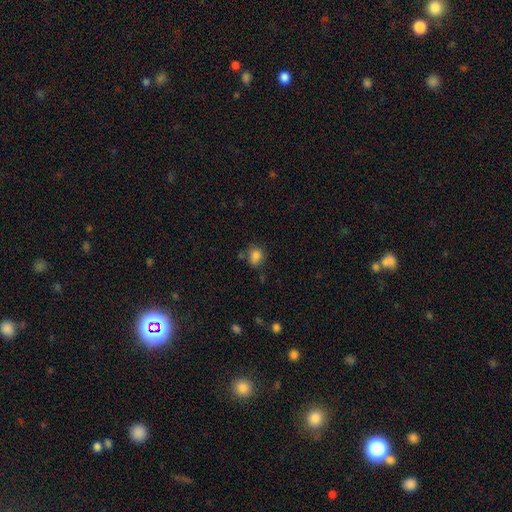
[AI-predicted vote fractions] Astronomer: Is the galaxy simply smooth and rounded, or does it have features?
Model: smooth — 82%.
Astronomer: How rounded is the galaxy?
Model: round — 58% (runner-up: in between, 41%).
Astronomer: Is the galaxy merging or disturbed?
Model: none — 62%.